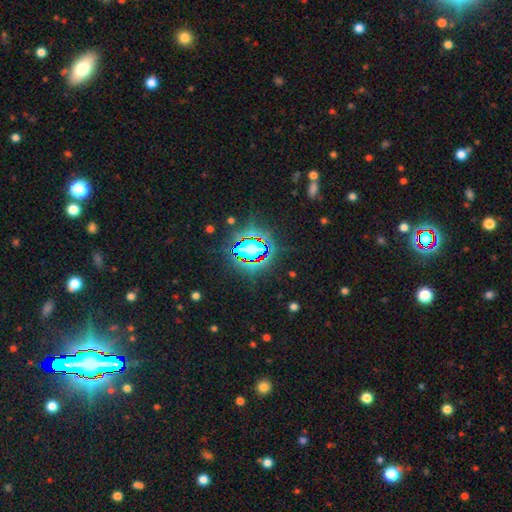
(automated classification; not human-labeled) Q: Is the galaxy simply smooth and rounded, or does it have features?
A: star or artifact — 80%.